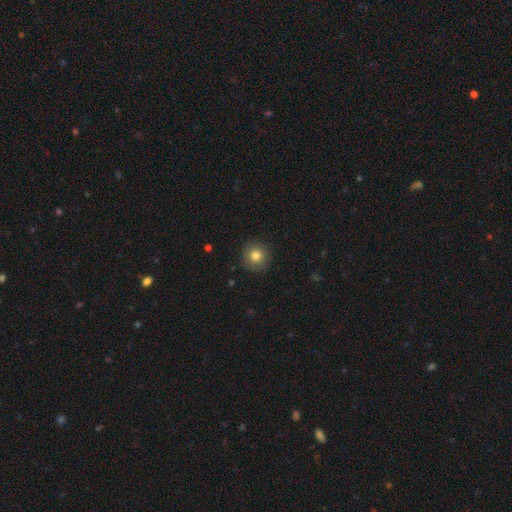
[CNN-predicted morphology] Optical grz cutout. It shows a smooth galaxy with no disk features (78%) that is round (95%). Merging: none (90%).